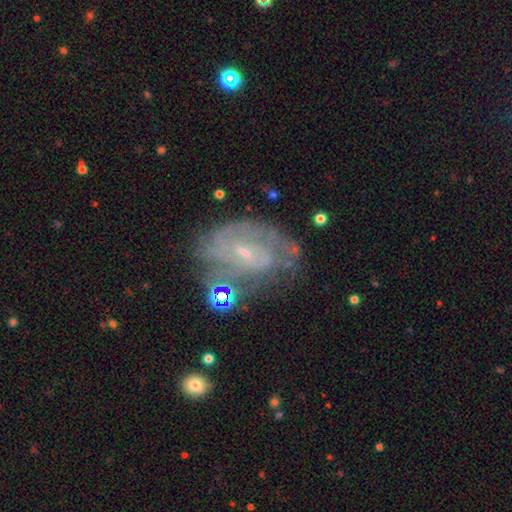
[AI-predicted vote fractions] featured or disk 76%, smooth 15%, star or artifact 10%. Down the decision tree: edge-on disk — no (96%); bar — weak (44%); spiral arms — yes (79%); spiral arm count — can't tell (50%); spiral winding — tight (57%); bulge size — small (78%); merging — none (56%).